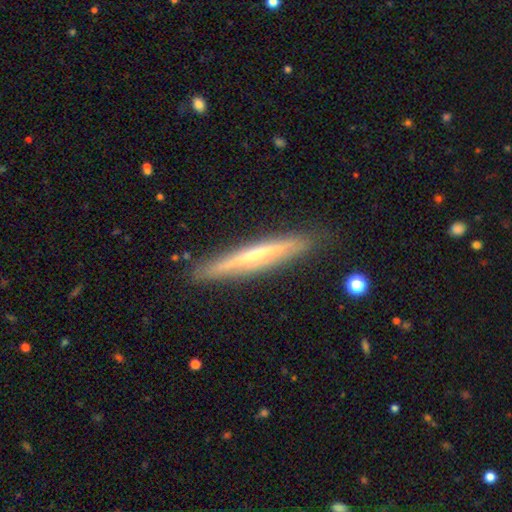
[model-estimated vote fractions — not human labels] Smooth or featured? Predicted: featured or disk (p=0.67). Edge-on disk? Predicted: yes (p=0.95). Edge-on bulge? Predicted: none (p=0.49). Merging? Predicted: none (p=0.88).